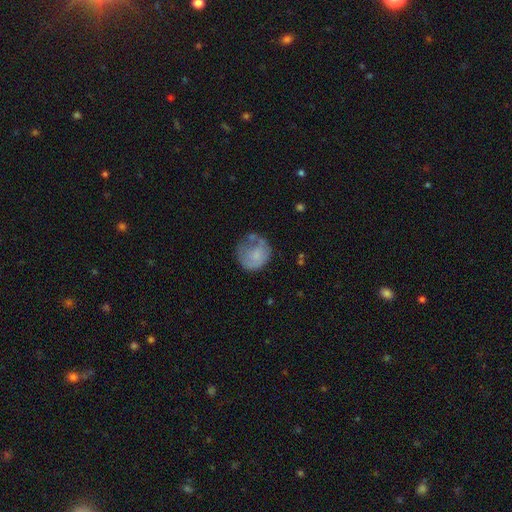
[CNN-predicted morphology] smooth-or-featured: smooth: 61% | featured or disk: 30% | star or artifact: 8%
  how-rounded: round: 81% | in between: 18% | cigar-shaped: 1%
  merging: none: 45% | minor disturbance: 27% | major disturbance: 22% | merger: 6%